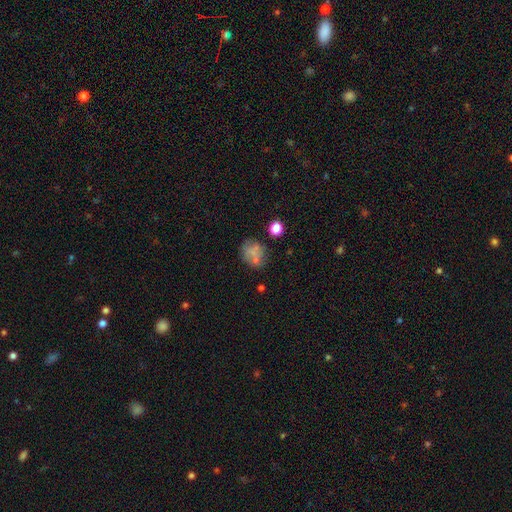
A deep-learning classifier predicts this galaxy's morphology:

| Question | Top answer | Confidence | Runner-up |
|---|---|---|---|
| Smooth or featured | smooth | 59% | featured or disk (24%) |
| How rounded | round | 63% | in between (36%) |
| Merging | none | 59% | minor disturbance (18%) |